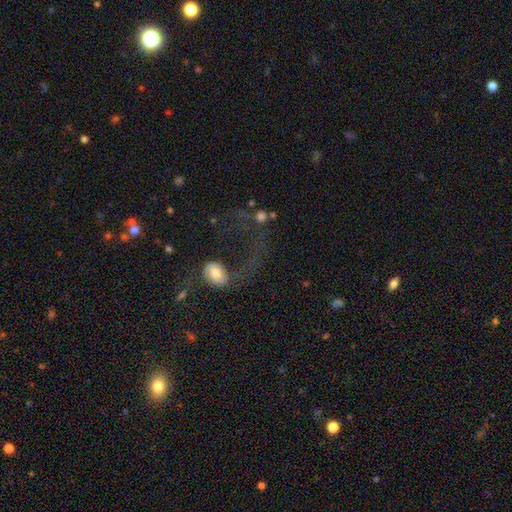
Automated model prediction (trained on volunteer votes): Smooth or featured: featured or disk — 46% (smooth — 29%)
Merging: major disturbance — 49% (none — 27%)